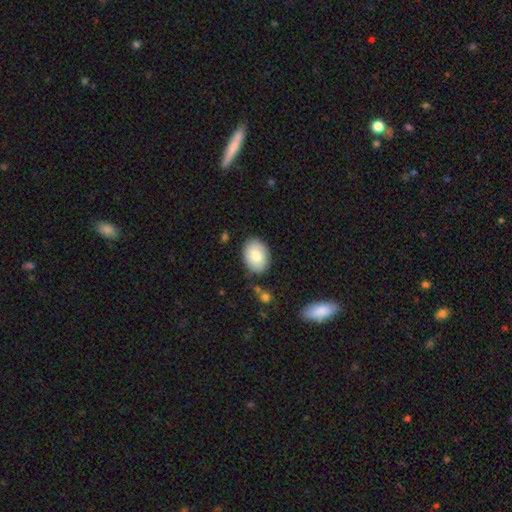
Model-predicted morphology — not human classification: smooth-or-featured: smooth: 81% | featured or disk: 13% | star or artifact: 7%
  how-rounded: in between: 78% | round: 21% | cigar-shaped: 1%
  merging: none: 82% | minor disturbance: 13% | major disturbance: 3% | merger: 2%